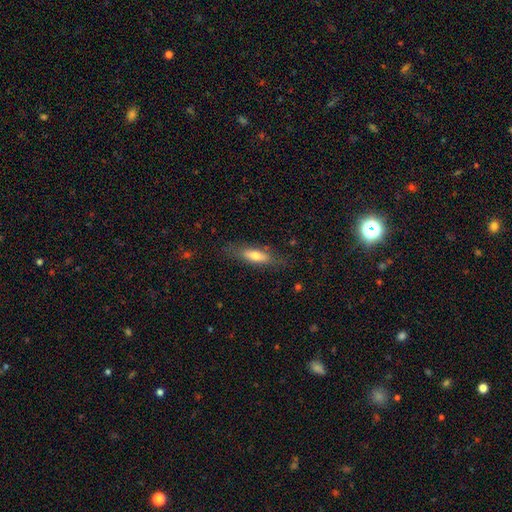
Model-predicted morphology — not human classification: Smooth or featured: smooth — 65% (featured or disk — 29%)
How rounded: cigar-shaped — 53% (in between — 45%)
Merging: none — 79% (minor disturbance — 15%)